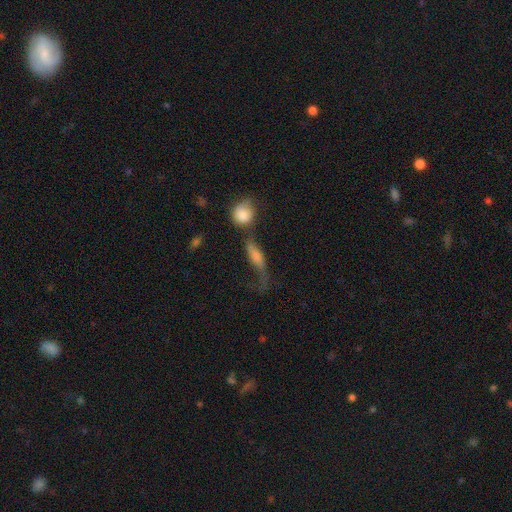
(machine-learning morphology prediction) This is marginally a featured or disk galaxy (43%). Merging: marginally none (34%).